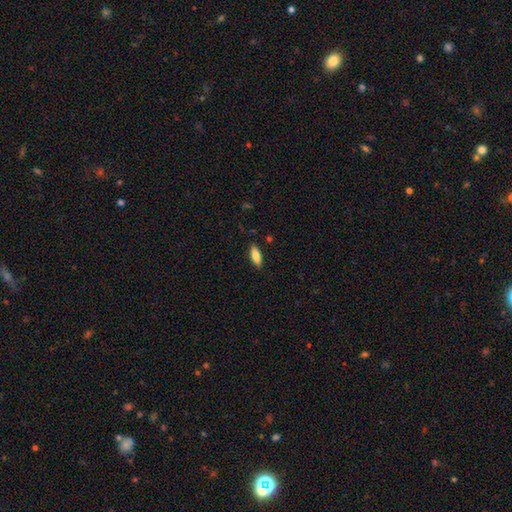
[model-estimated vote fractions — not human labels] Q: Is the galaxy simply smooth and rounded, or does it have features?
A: smooth — 85%.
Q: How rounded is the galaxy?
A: in between — 67%.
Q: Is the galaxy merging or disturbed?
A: none — 87%.